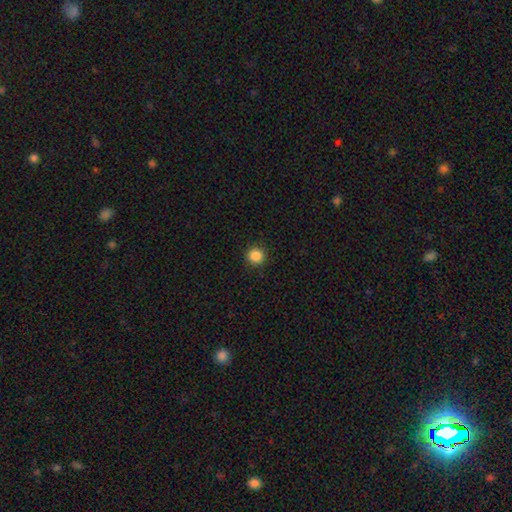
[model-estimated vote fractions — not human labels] Smooth or featured? smooth (86%)
How rounded? round (95%)
Merging? none (92%)